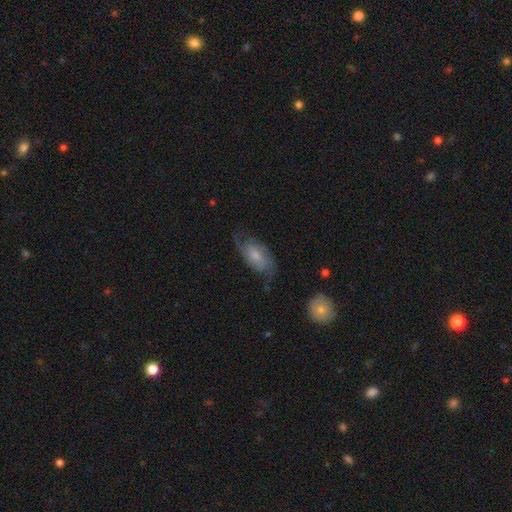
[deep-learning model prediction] smooth_or_featured: featured or disk (p=0.59) [alt: smooth p=0.34]
disk_edge_on: no (p=0.94) [alt: yes p=0.06]
bar: no (p=0.61) [alt: weak p=0.33]
has_spiral_arms: yes (p=0.89) [alt: no p=0.11]
bulge_size: small (p=0.38) [alt: moderate p=0.37]
merging: none (p=0.62) [alt: minor disturbance p=0.23]